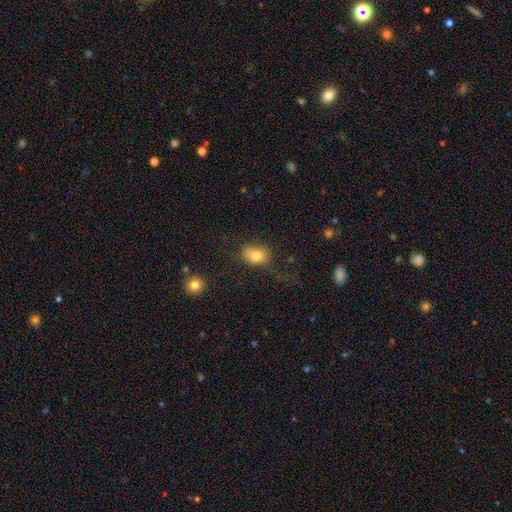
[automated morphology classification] Smooth or featured: smooth — 80% (star or artifact — 10%)
How rounded: in between — 62% (round — 37%)
Merging: none — 64% (minor disturbance — 22%)